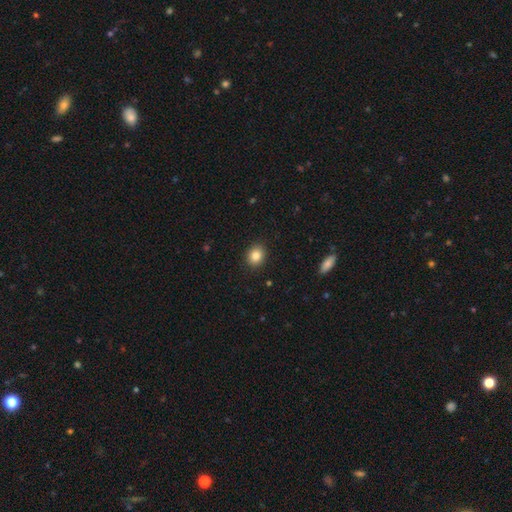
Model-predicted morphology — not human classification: Q: Smooth or featured?
A: smooth (85%); runner-up: star or artifact (10%)
Q: How rounded?
A: round (62%); runner-up: in between (37%)
Q: Merging?
A: none (90%); runner-up: minor disturbance (7%)